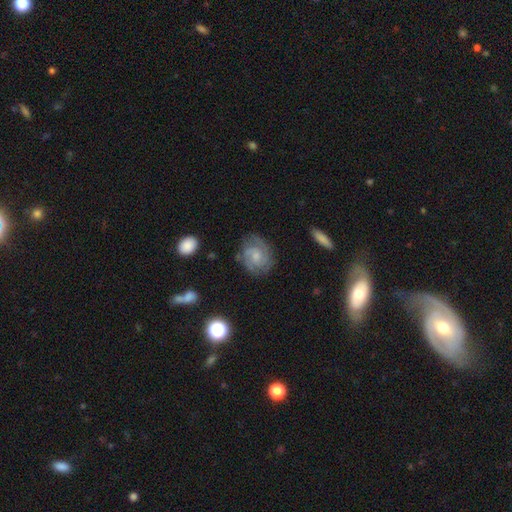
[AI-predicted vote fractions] A featured or disk galaxy (70%) with no bar (65%), 2 (43%) tight (53%) spiral arms (92%) and a small central bulge (50%). Merging: none (72%).